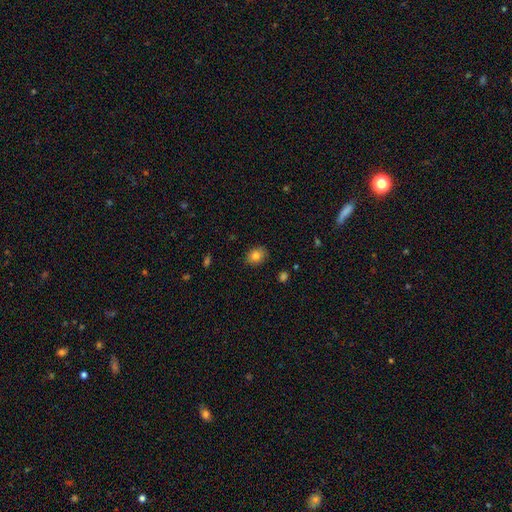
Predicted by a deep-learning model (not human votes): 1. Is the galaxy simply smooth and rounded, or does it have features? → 82% smooth, 9% star or artifact, 8% featured or disk.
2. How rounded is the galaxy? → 58% in between, 41% round, 1% cigar-shaped.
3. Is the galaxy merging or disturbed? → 87% none, 10% minor disturbance, 2% major disturbance, 1% merger.